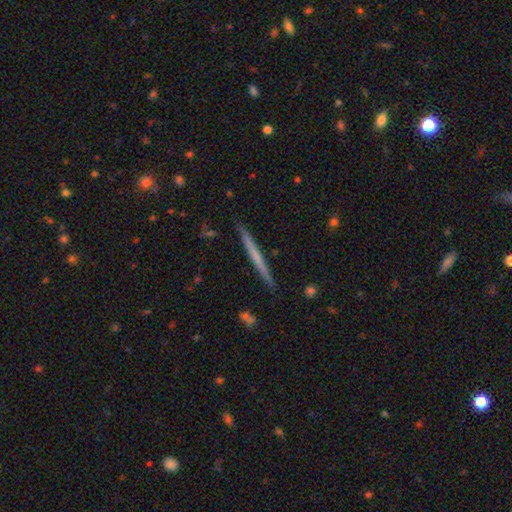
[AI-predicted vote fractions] featured or disk 49%, smooth 46%, star or artifact 5%. Down the decision tree: merging — none (91%).